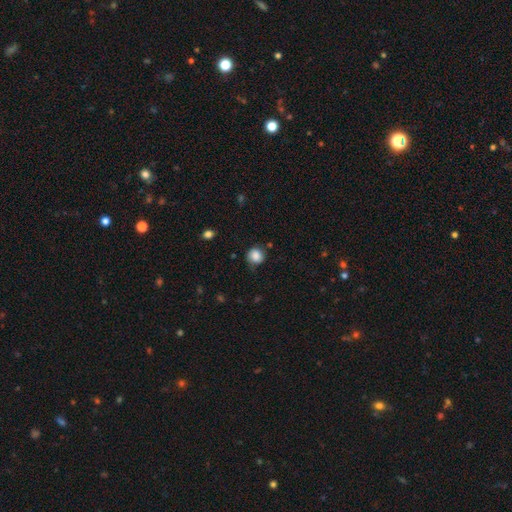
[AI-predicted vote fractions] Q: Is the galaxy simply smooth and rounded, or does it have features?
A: smooth — 84%.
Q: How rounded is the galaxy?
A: round — 85%.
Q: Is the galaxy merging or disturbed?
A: none — 72%.